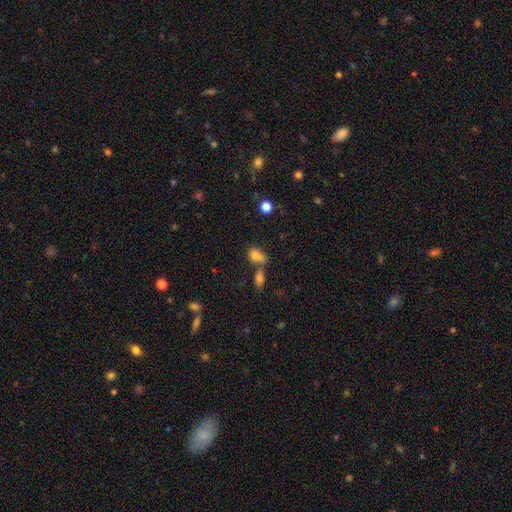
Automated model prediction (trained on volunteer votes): Morphology: type=smooth (77%); roundness=in between (71%); merging=merger (42%).